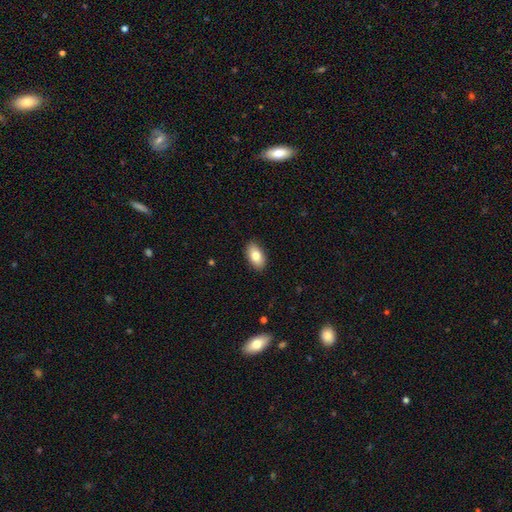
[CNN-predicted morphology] smooth 81%, featured or disk 12%, star or artifact 7%. Down the decision tree: how rounded — in between (93%); merging — none (89%).